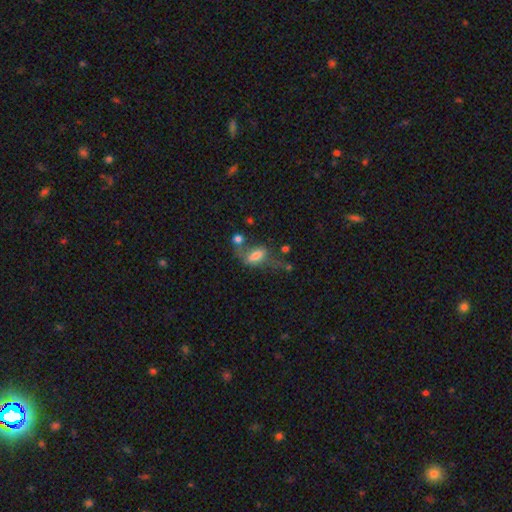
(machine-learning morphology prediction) Overall: smooth (61%; featured or disk 29%). How rounded: in between (83%). Merging: none (32%; major disturbance 26%).